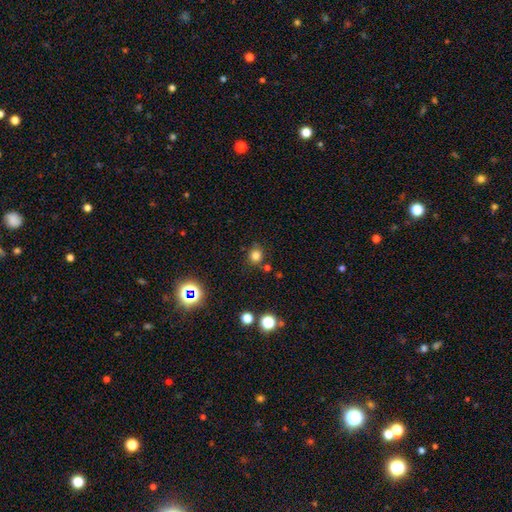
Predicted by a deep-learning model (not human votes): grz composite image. It shows a smooth galaxy with no disk features (78%) that is round (85%). Merging: none (79%).